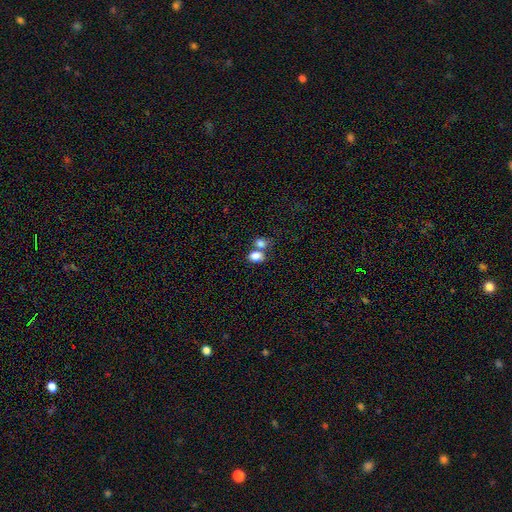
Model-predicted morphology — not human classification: This is clearly a smooth galaxy (83%). How rounded: likely in between (66%). Merging: marginally merger (44%).